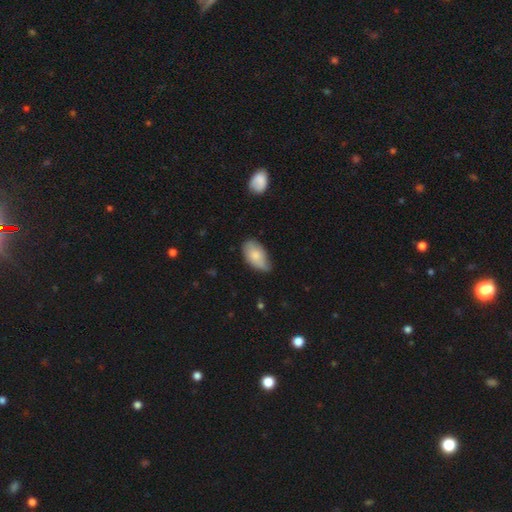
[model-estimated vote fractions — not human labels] This is likely a smooth galaxy (77%). How rounded: clearly in between (94%). Merging: possibly none (48%).